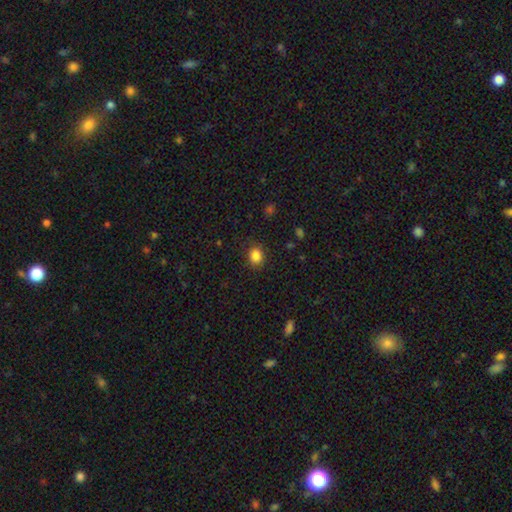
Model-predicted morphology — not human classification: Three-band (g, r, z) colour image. It shows a smooth galaxy with no disk features (85%) that is round (64%). Merging: none (86%).